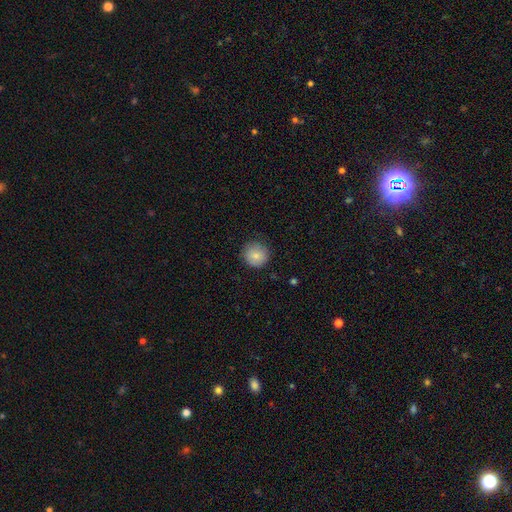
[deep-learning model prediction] Smooth or featured? smooth (81%)
How rounded? round (94%)
Merging? none (83%)